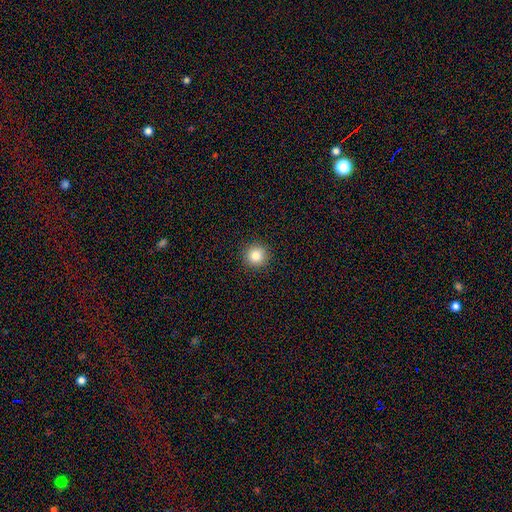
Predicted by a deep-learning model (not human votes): Overall: smooth (83%). How rounded: round (95%). Merging: none (92%).